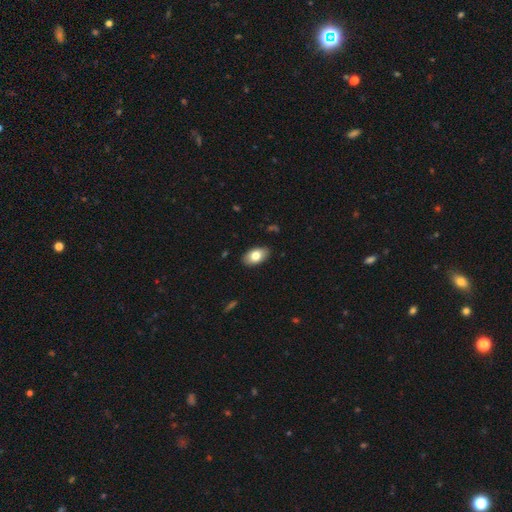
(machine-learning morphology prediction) Smooth or featured? Predicted: smooth (p=0.79). How rounded? Predicted: in between (p=0.93). Merging? Predicted: none (p=0.88).